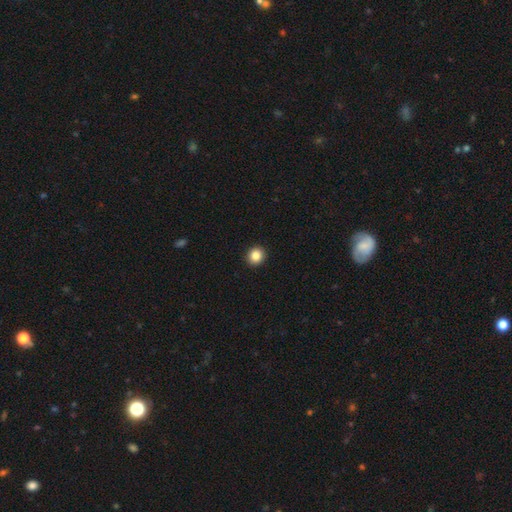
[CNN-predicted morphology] A smooth galaxy with no disk features (86%) that is round (89%).

Vote fractions:
- Smooth or featured? smooth: 86% / star or artifact: 10% / featured or disk: 4%
- How rounded? round: 89% / in between: 11% / cigar-shaped: 1%
- Merging? none: 93% / minor disturbance: 4% / major disturbance: 1% / merger: 1%